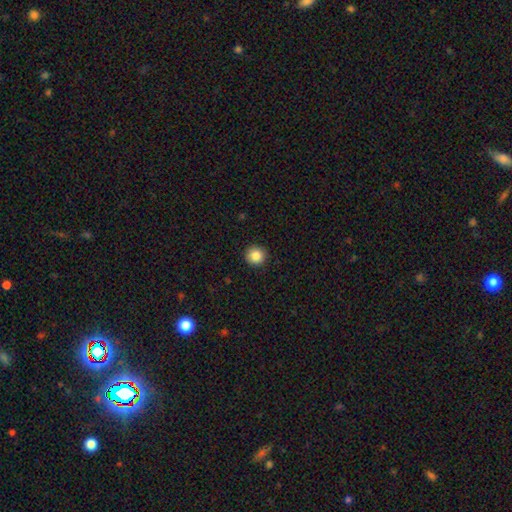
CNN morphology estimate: This is clearly a smooth galaxy (86%). How rounded: clearly round (95%). Merging: clearly none (92%).